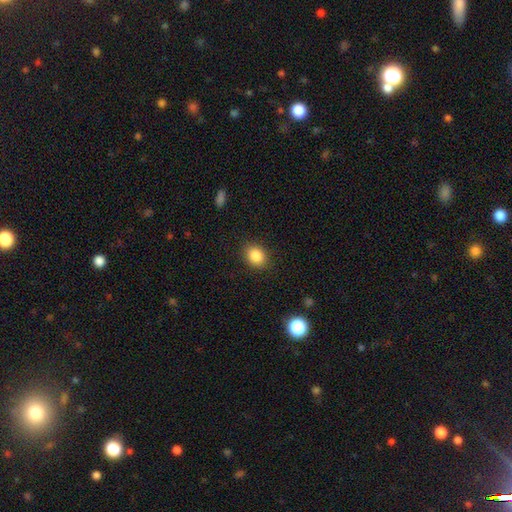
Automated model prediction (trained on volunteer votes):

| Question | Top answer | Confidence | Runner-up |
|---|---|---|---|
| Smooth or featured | smooth | 86% | star or artifact (9%) |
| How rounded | round | 51% | in between (48%) |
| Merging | none | 88% | minor disturbance (9%) |